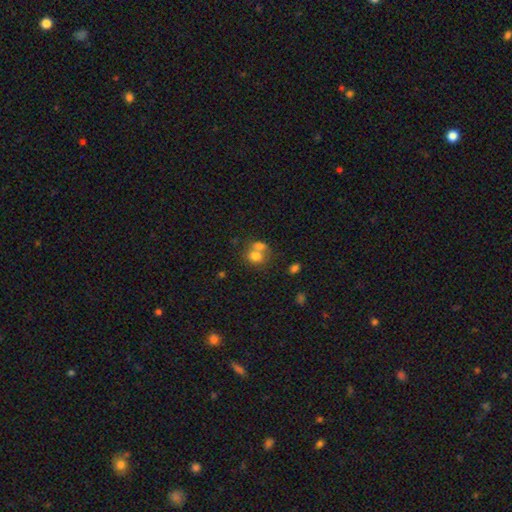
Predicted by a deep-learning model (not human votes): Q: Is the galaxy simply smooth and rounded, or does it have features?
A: smooth — 73%.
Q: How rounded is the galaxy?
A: round — 61%.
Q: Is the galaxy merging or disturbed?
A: merger — 57%.